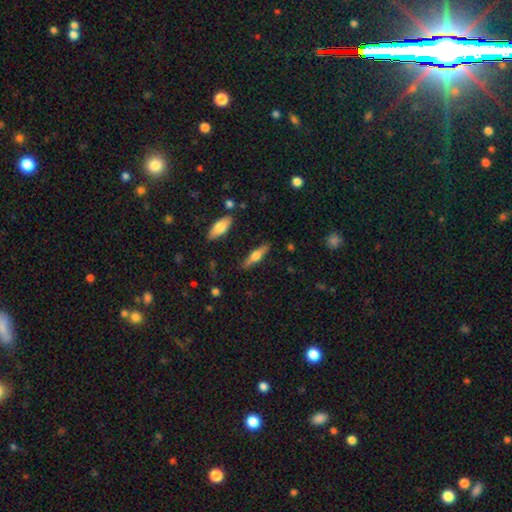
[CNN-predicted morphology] featured or disk 48%, smooth 46%, star or artifact 6%. Down the decision tree: merging — none (86%).